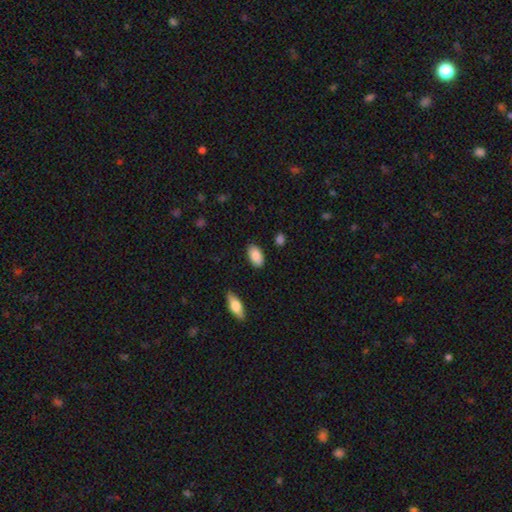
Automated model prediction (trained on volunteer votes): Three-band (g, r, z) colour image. It shows a smooth galaxy with no disk features (87%) that is in between round and cigar-shaped (94%). Merging: none (86%).